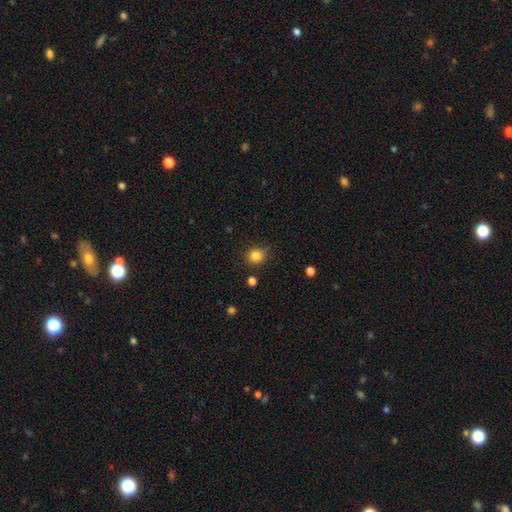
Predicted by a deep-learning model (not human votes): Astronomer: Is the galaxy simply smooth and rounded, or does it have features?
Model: smooth — 84%.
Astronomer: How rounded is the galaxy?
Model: round — 81%.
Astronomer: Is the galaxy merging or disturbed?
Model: none — 81%.